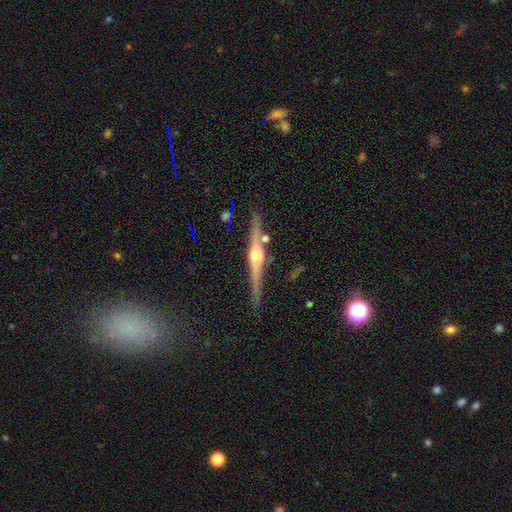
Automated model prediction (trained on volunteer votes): Q: Smooth or featured?
A: featured or disk (83%); runner-up: smooth (11%)
Q: Edge-on disk?
A: yes (98%); runner-up: no (2%)
Q: Edge-on bulge?
A: rounded (84%); runner-up: boxy (11%)
Q: Merging?
A: none (85%); runner-up: minor disturbance (10%)